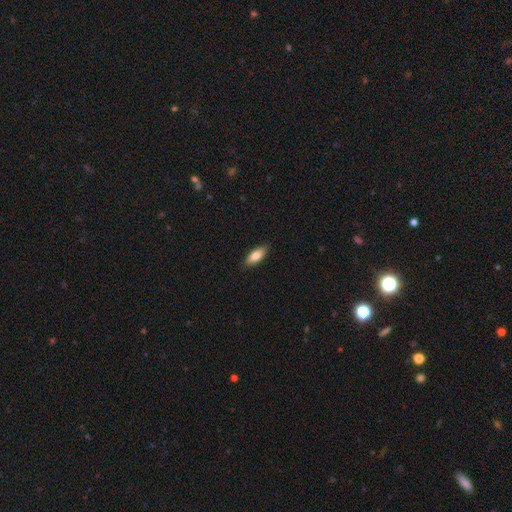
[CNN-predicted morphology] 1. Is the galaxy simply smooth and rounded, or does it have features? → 81% smooth, 12% featured or disk, 6% star or artifact.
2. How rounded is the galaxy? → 78% in between, 20% cigar-shaped, 2% round.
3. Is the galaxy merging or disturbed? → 88% none, 9% minor disturbance, 2% major disturbance, 1% merger.